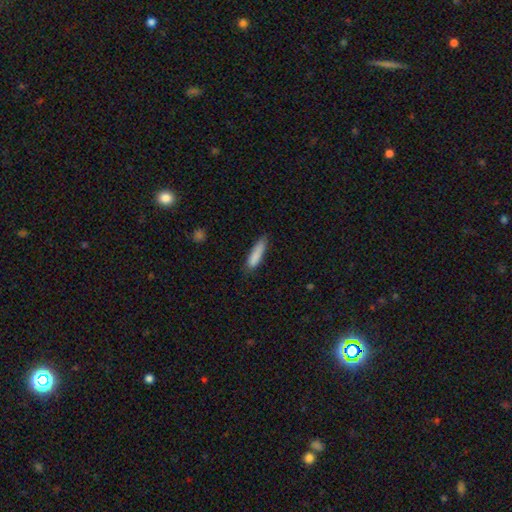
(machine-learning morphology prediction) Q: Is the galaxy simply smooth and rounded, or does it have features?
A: smooth — 86%.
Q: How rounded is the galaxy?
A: cigar-shaped — 73%.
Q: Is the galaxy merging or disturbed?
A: none — 75%.